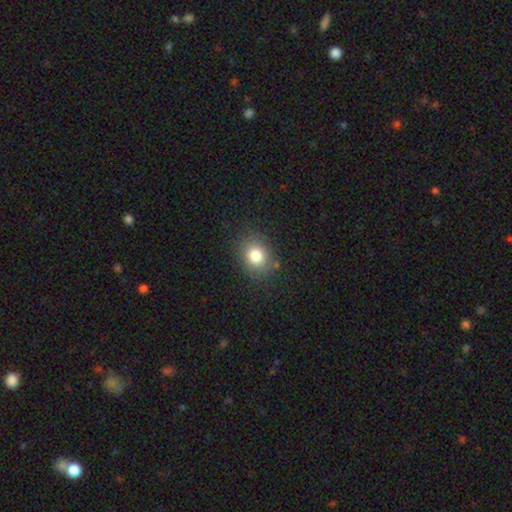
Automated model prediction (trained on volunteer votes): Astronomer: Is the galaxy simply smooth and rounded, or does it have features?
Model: smooth — 80%.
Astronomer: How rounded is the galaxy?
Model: round — 63%.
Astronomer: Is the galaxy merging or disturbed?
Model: none — 84%.